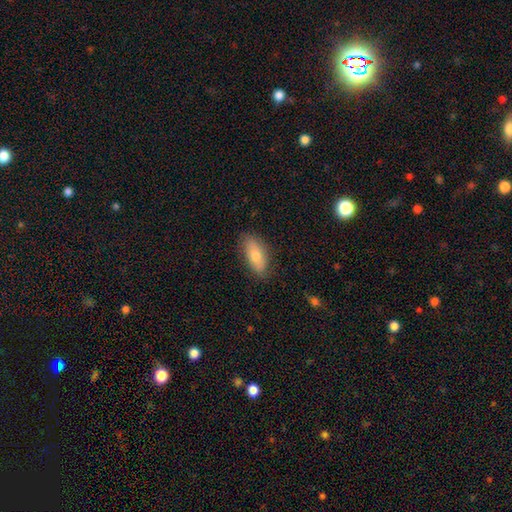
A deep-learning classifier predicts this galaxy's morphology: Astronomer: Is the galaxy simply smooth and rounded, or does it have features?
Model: smooth — 74%.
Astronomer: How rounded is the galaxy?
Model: in between — 84%.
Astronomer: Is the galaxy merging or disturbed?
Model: none — 82%.